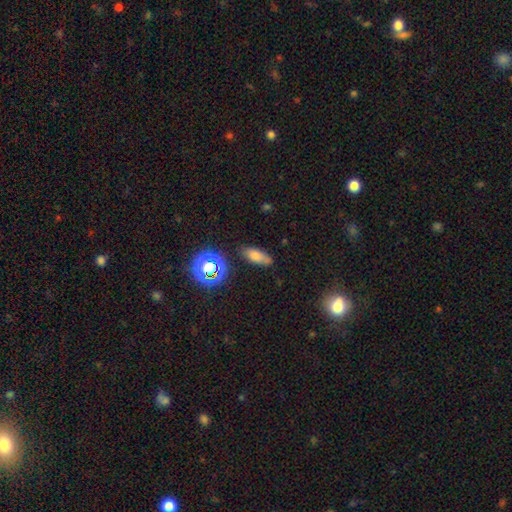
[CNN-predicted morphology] A smooth galaxy with no disk features (69%) that is in between round and cigar-shaped (74%). Merging: none (79%).